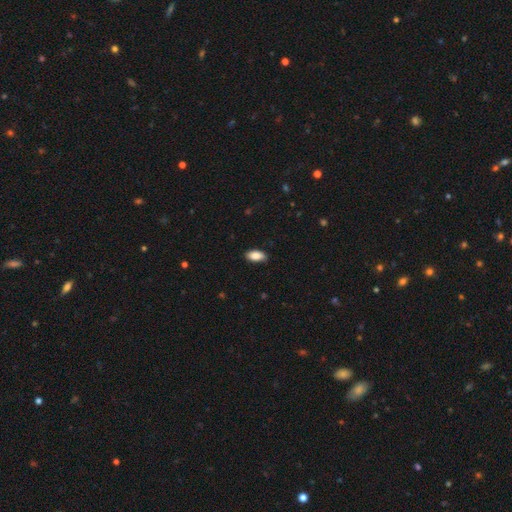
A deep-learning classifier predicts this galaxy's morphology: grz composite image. It shows a smooth galaxy with no disk features (86%) that is in between round and cigar-shaped (92%). Merging: none (84%).